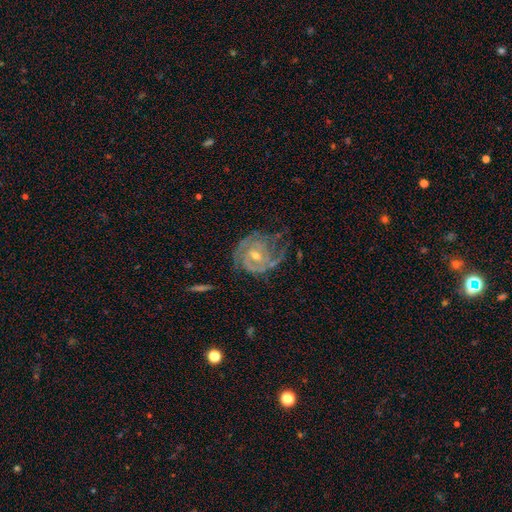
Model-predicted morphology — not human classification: type=featured or disk (88%); edge-on=no (97%); bar=no (62%); spiral arms=yes (95%); winding=tight (66%); arm count=2 (39%); bulge=moderate (51%); merging=none (59%).